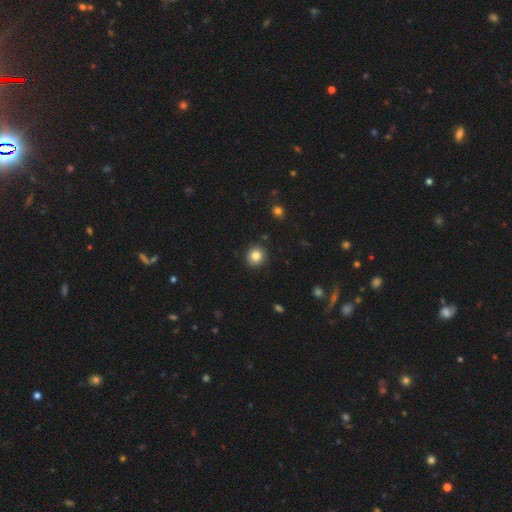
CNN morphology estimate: type=smooth (83%); roundness=round (89%); merging=none (91%).